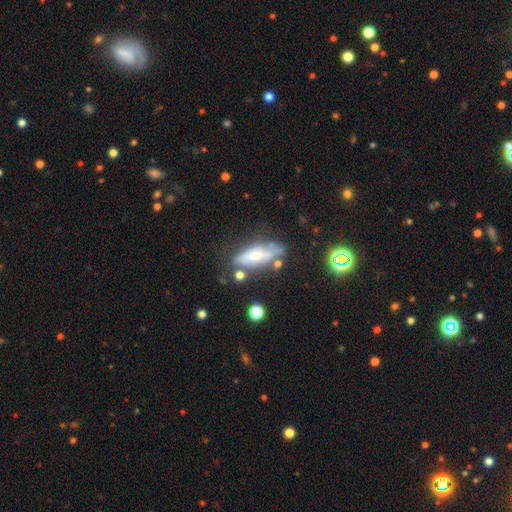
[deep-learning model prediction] This appears to be a featured or disk galaxy (49%). Merging: none (54%).